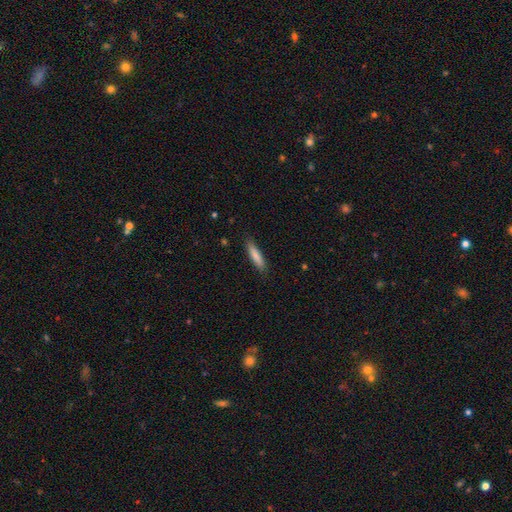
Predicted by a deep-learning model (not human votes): Morphology: type=smooth (83%); roundness=cigar-shaped (82%); merging=none (86%).